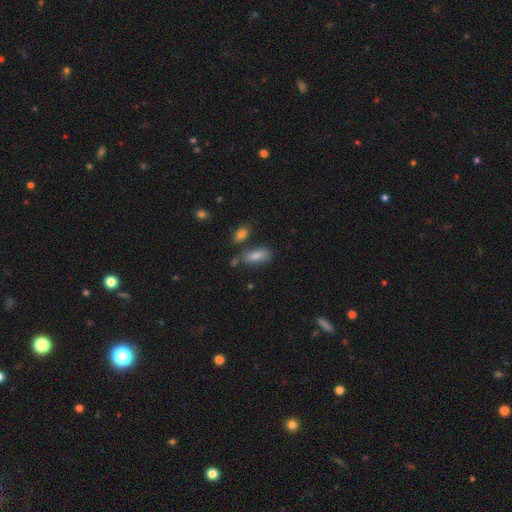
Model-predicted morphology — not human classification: A smooth galaxy with no disk features (77%) that is in between round and cigar-shaped (74%). Merging: none (64%).